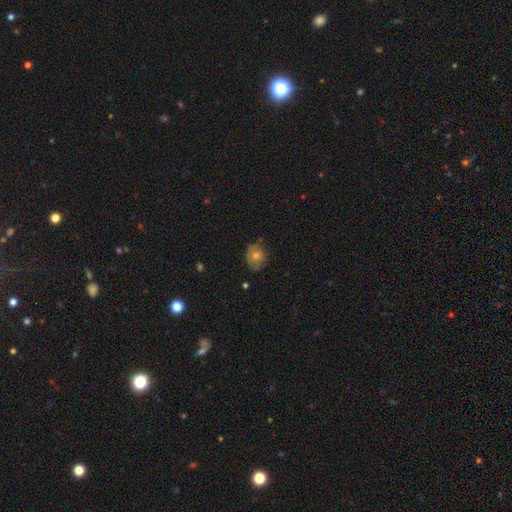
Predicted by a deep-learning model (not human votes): A smooth galaxy with no disk features (60%) that is round (53%). Merging: none (69%).